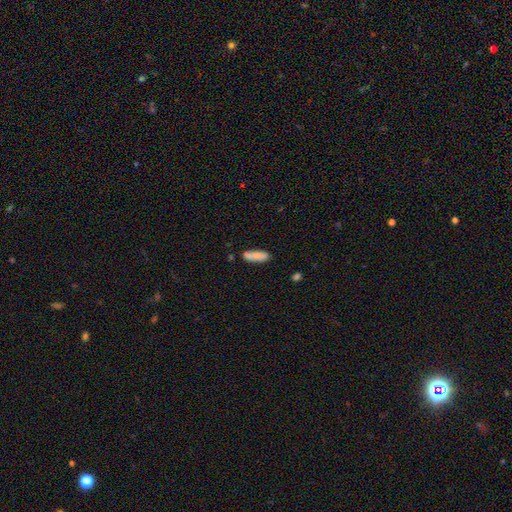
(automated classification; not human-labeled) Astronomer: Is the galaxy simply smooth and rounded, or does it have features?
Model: smooth — 81%.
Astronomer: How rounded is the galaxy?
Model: in between — 55% (runner-up: cigar-shaped, 43%).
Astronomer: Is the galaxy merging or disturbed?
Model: none — 74%.